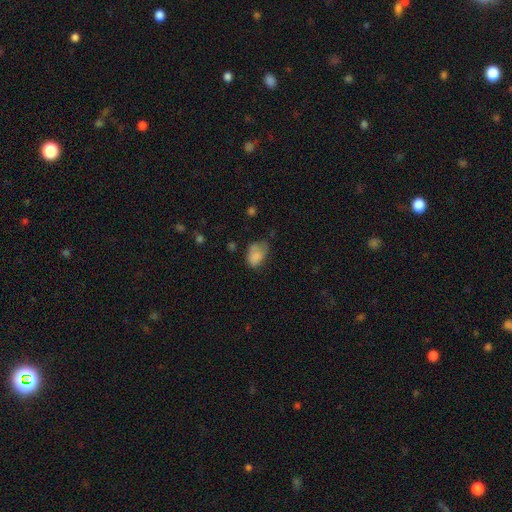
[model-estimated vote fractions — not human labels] Q: Smooth or featured?
A: smooth (80%); runner-up: featured or disk (10%)
Q: How rounded?
A: in between (82%); runner-up: round (17%)
Q: Merging?
A: none (39%); runner-up: minor disturbance (38%)